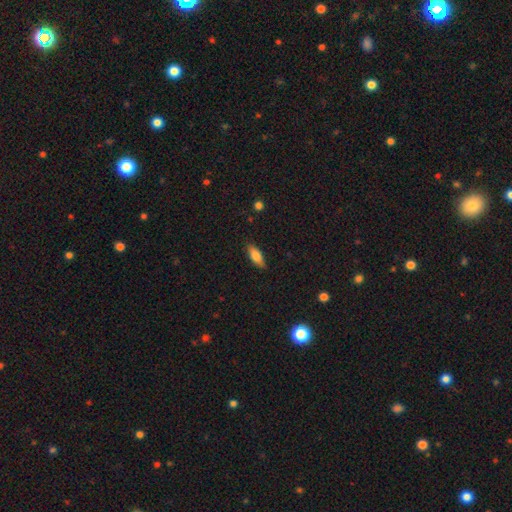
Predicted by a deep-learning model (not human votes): This appears to be a smooth galaxy with no disk features (78%) that is in between round and cigar-shaped (77%). Merging: none (85%).